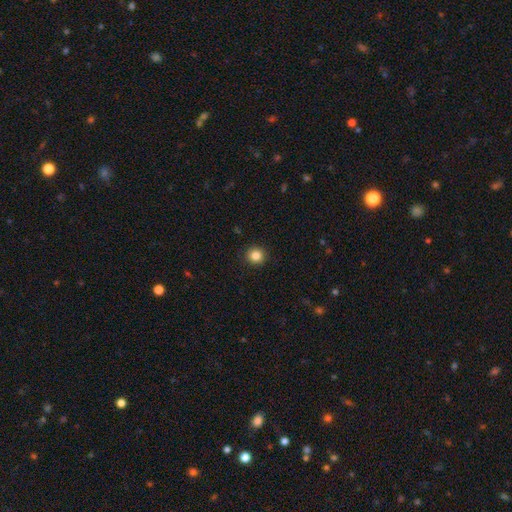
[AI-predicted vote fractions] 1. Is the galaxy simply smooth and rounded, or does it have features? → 85% smooth, 10% star or artifact, 4% featured or disk.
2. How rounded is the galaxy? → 93% round, 6% in between, 1% cigar-shaped.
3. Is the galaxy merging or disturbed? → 93% none, 5% minor disturbance, 2% major disturbance, 1% merger.